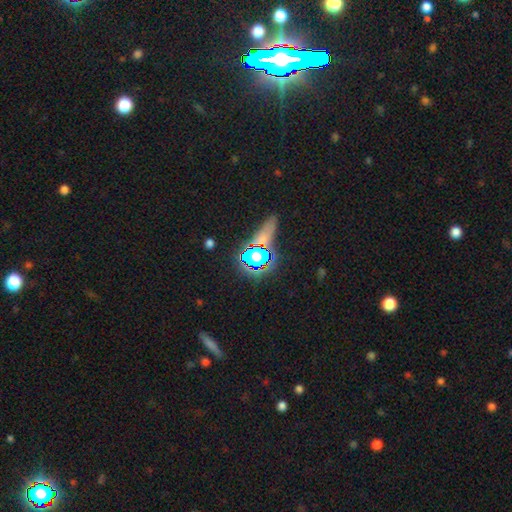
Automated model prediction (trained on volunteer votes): This appears to be a star or artifact, not a galaxy (46%).